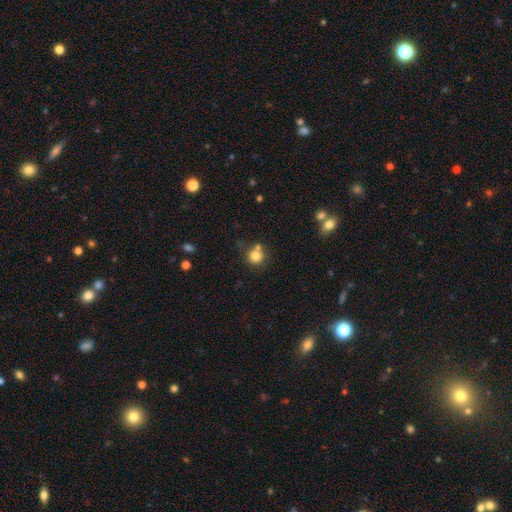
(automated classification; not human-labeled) smooth_or_featured: smooth (p=0.81) [alt: star or artifact p=0.12]
how_rounded: round (p=0.91) [alt: in between p=0.08]
merging: none (p=0.65) [alt: merger p=0.20]